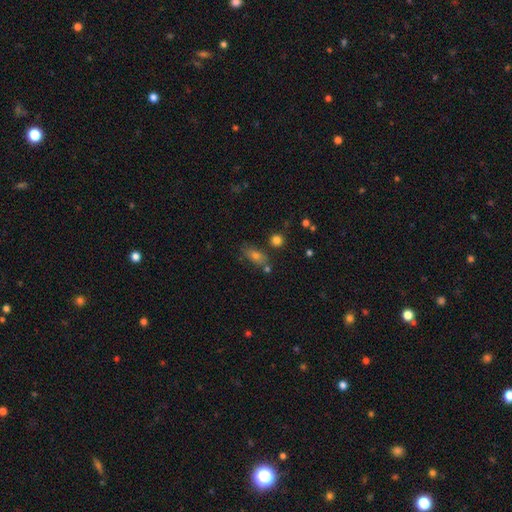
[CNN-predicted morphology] This is likely a smooth galaxy (63%). How rounded: likely in between (69%). Merging: likely none (69%).